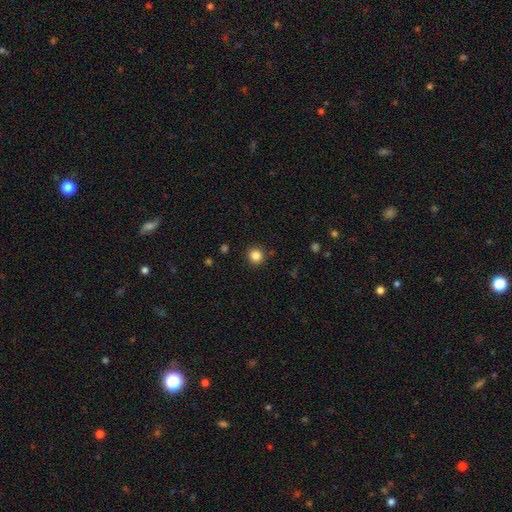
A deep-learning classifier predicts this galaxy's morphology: This is clearly a smooth galaxy (85%). How rounded: clearly round (93%). Merging: clearly none (91%).